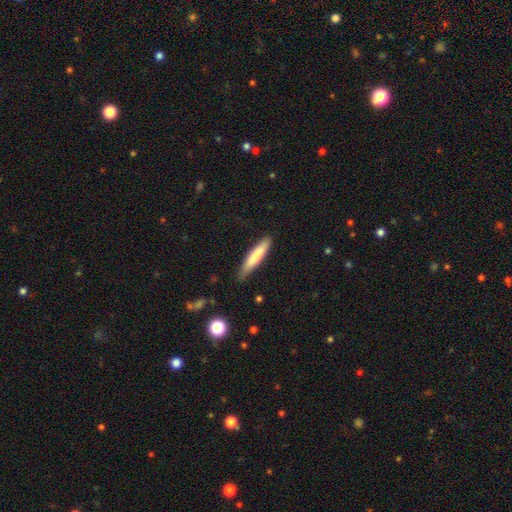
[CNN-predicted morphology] A smooth galaxy with no disk features (78%) that is cigar-shaped (88%). Merging: none (80%).